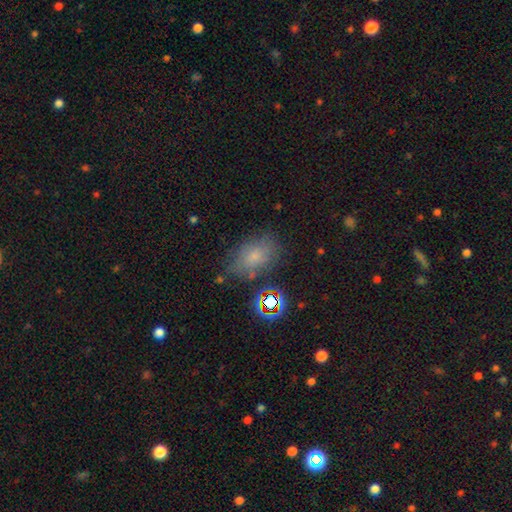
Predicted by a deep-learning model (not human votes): Smooth or featured? smooth (54%)
How rounded? in between (77%)
Merging? none (67%)